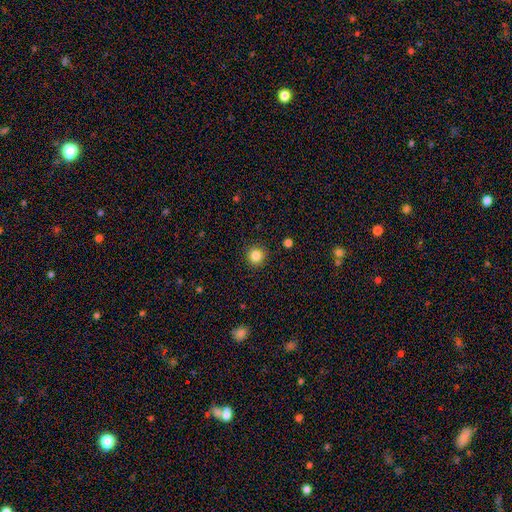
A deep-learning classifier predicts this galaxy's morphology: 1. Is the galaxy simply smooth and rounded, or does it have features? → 84% smooth, 11% star or artifact, 4% featured or disk.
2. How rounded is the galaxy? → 94% round, 5% in between, 1% cigar-shaped.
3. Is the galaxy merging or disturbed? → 91% none, 6% minor disturbance, 2% major disturbance, 1% merger.